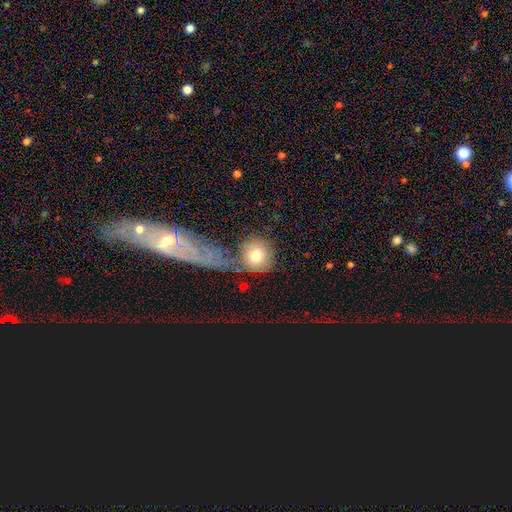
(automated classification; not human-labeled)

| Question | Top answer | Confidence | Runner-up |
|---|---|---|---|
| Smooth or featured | smooth | 76% | featured or disk (16%) |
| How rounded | round | 88% | in between (11%) |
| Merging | none | 58% | merger (17%) |